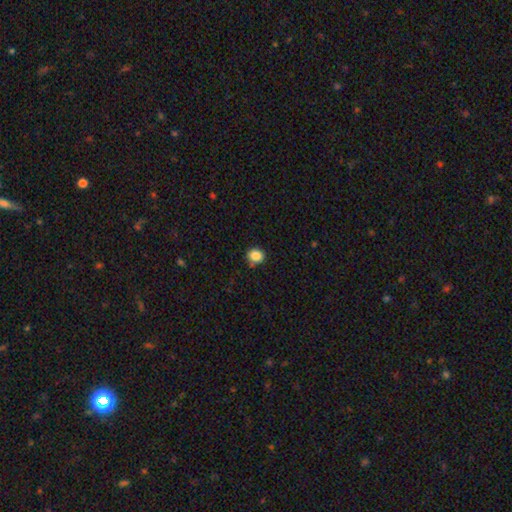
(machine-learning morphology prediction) Smooth or featured? smooth (86%)
How rounded? round (75%)
Merging? none (78%)